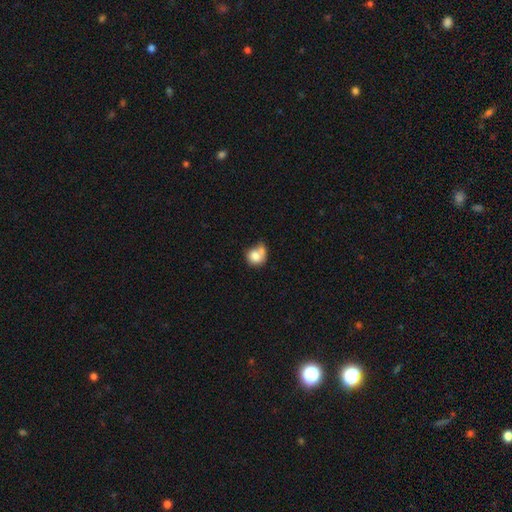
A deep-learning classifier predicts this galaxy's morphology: Overall: smooth (75%). How rounded: round (70%). Merging: merger (37%; none 30%).